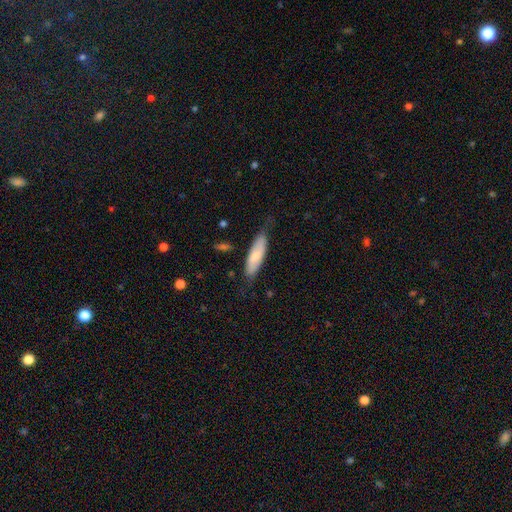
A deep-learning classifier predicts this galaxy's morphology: smooth-or-featured: smooth: 72% | featured or disk: 23% | star or artifact: 6%
  how-rounded: cigar-shaped: 52% | in between: 46% | round: 2%
  merging: none: 66% | minor disturbance: 26% | major disturbance: 7% | merger: 2%